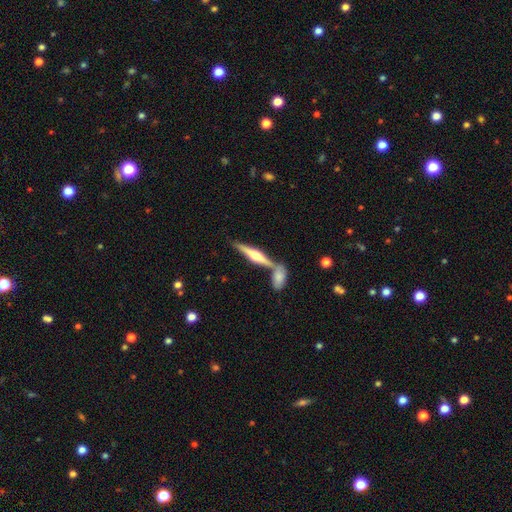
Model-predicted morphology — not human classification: type=featured or disk (68%); edge-on=yes (96%); edge-on bulge=rounded (85%); merging=none (59%).